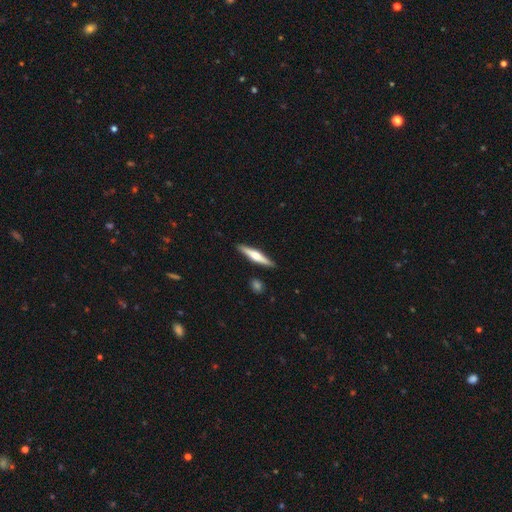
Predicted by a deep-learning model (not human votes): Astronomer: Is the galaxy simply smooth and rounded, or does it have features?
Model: featured or disk — 58% (runner-up: smooth, 36%).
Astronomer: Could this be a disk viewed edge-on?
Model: yes — 96%.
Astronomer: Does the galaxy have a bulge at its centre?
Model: rounded — 89%.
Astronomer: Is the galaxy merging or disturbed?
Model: none — 89%.